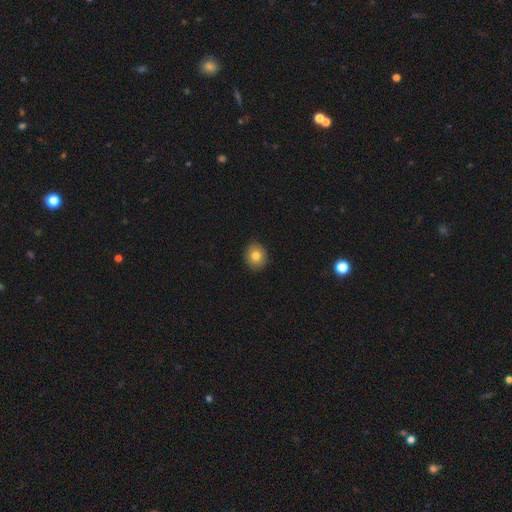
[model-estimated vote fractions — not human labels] This is likely a smooth galaxy (79%). How rounded: likely round (68%). Merging: clearly none (89%).